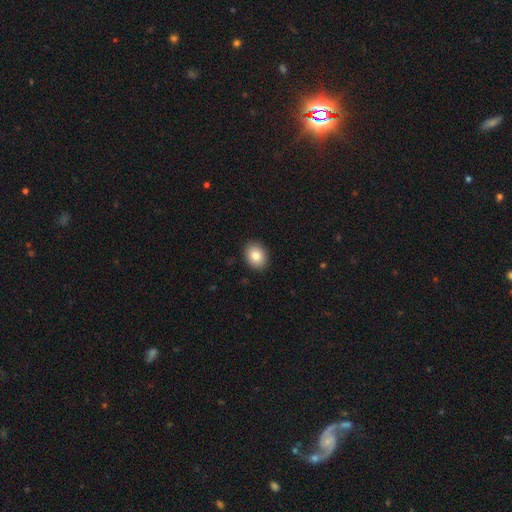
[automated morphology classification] Smooth or featured? Predicted: smooth (p=0.84). How rounded? Predicted: in between (p=0.58). Merging? Predicted: none (p=0.91).